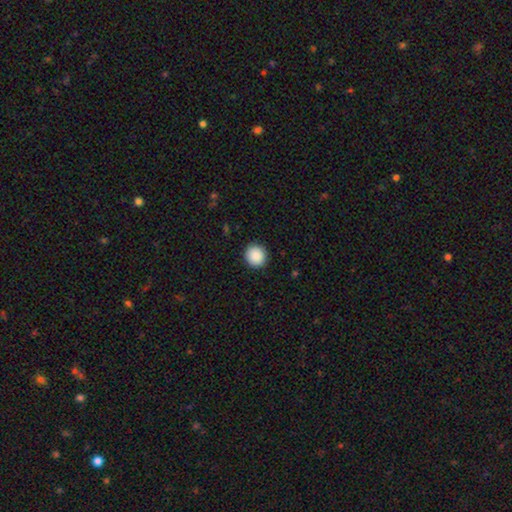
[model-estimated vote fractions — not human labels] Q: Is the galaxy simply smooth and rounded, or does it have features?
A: smooth — 90%.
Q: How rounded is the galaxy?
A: round — 92%.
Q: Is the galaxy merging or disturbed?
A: none — 92%.